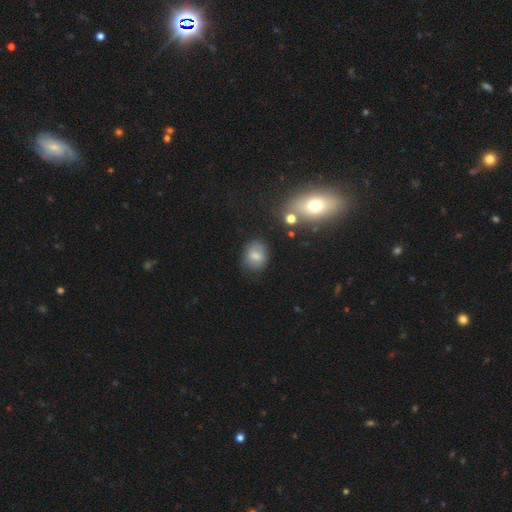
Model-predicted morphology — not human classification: This is likely a smooth galaxy (74%). How rounded: possibly round (52%). Merging: likely none (76%).